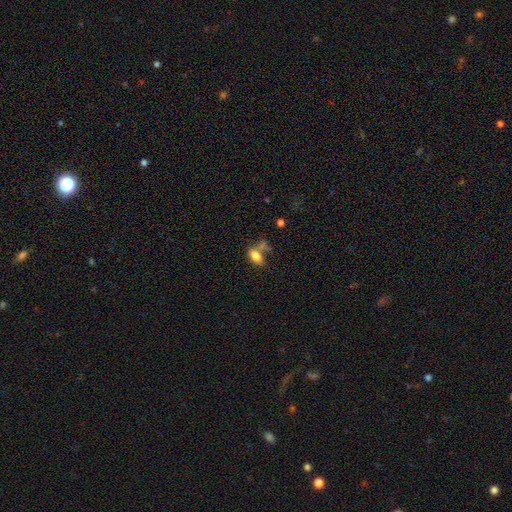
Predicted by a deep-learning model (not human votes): Overall: smooth (78%). How rounded: in between (87%). Merging: none (44%; merger 30%).